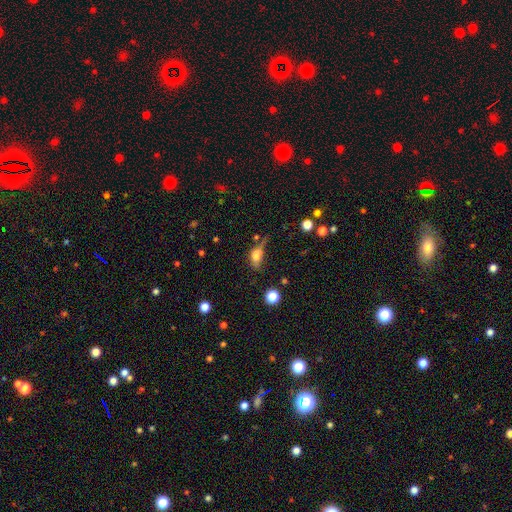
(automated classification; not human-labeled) Smooth or featured: smooth — 66% (featured or disk — 21%)
How rounded: in between — 74% (round — 16%)
Merging: minor disturbance — 32% (none — 30%)